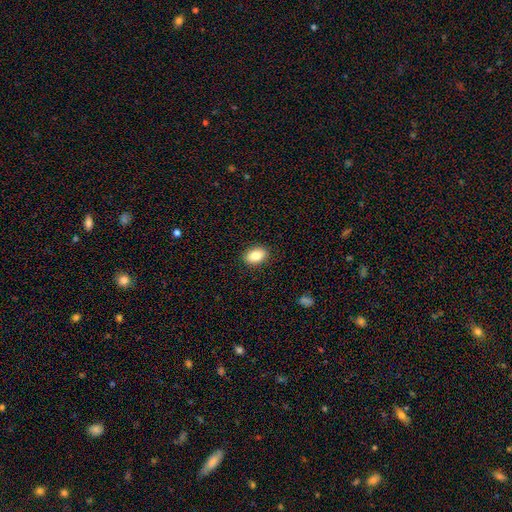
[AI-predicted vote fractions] Q: Smooth or featured?
A: smooth (85%); runner-up: star or artifact (7%)
Q: How rounded?
A: in between (90%); runner-up: round (9%)
Q: Merging?
A: none (89%); runner-up: minor disturbance (8%)